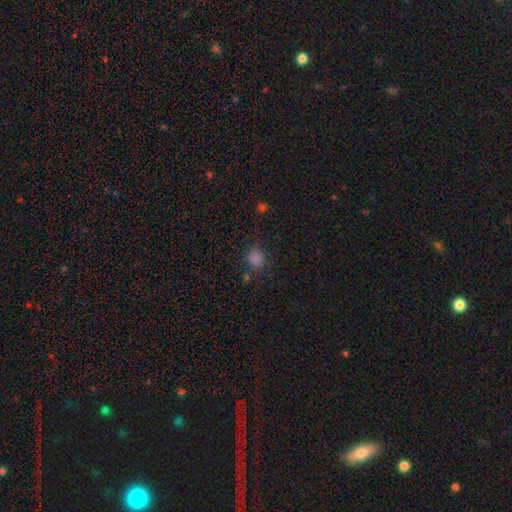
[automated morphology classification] Smooth or featured?
  - smooth: 70% *
  - star or artifact: 25%
  - featured or disk: 5%
How rounded?
  - round: 82% *
  - in between: 17%
  - cigar-shaped: 1%
Merging?
  - none: 78% *
  - minor disturbance: 12%
  - merger: 5%
  - major disturbance: 5%